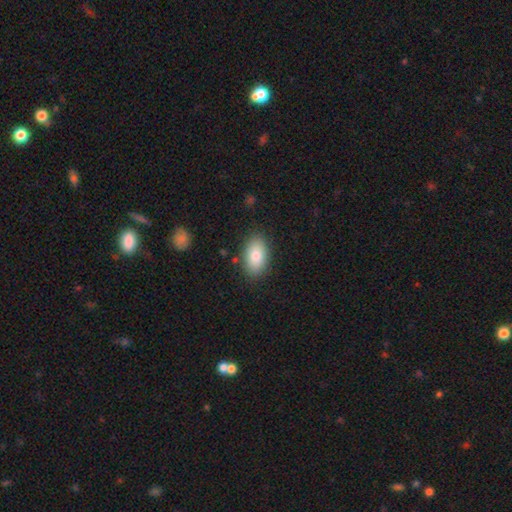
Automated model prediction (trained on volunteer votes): Smooth or featured?
  - smooth: 81% *
  - featured or disk: 12%
  - star or artifact: 7%
How rounded?
  - in between: 92% *
  - round: 6%
  - cigar-shaped: 2%
Merging?
  - none: 86% *
  - minor disturbance: 10%
  - major disturbance: 3%
  - merger: 2%